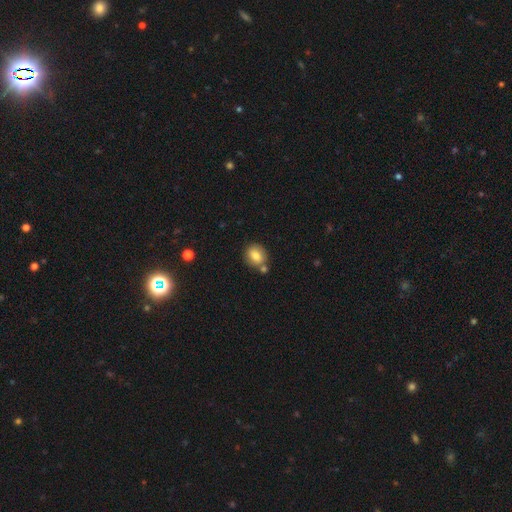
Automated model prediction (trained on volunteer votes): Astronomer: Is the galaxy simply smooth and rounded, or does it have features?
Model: smooth — 79%.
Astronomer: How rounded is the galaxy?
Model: round — 63%.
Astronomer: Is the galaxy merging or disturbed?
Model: none — 68%.